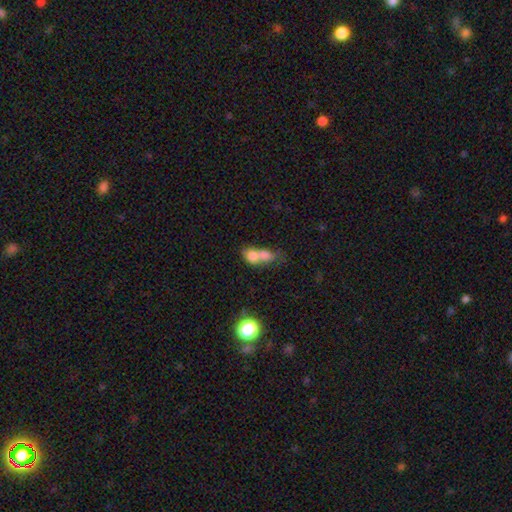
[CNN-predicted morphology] smooth 72%, featured or disk 17%, star or artifact 11%. Down the decision tree: how rounded — in between (58%); merging — merger (69%).